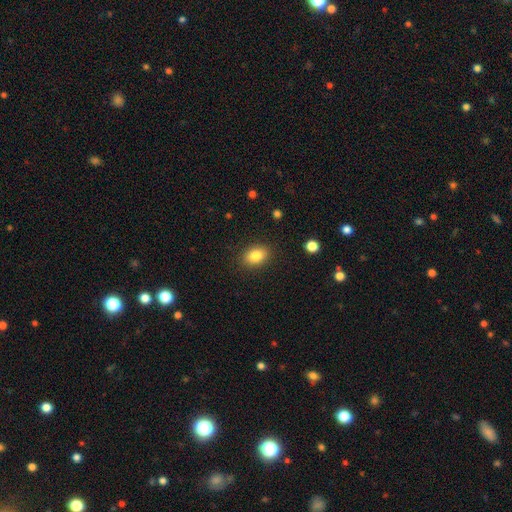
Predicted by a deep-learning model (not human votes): Smooth or featured? smooth (83%)
How rounded? in between (77%)
Merging? none (88%)